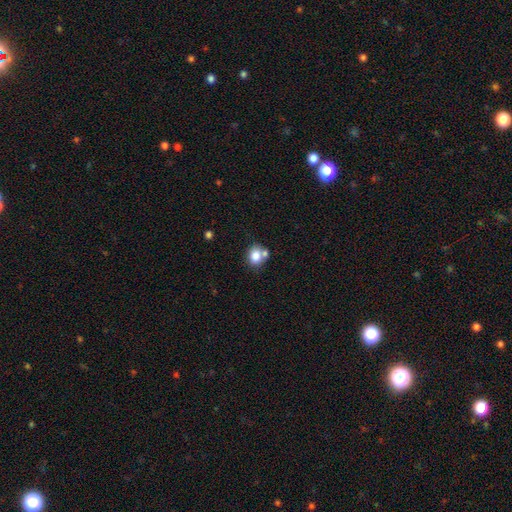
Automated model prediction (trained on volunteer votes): Smooth or featured? smooth (81%)
How rounded? round (56%)
Merging? none (53%)